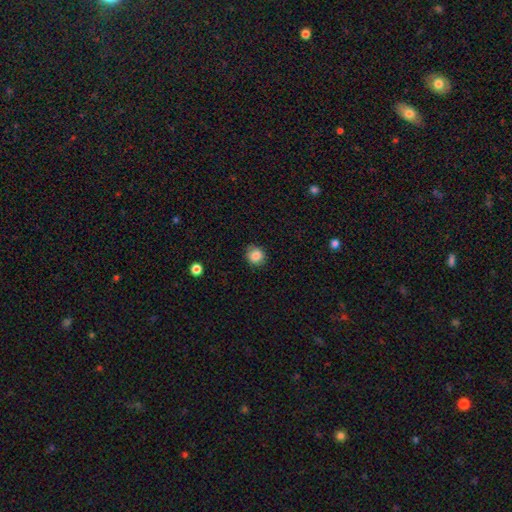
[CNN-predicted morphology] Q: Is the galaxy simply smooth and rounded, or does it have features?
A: smooth — 85%.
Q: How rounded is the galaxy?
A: round — 88%.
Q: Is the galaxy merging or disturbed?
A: none — 85%.